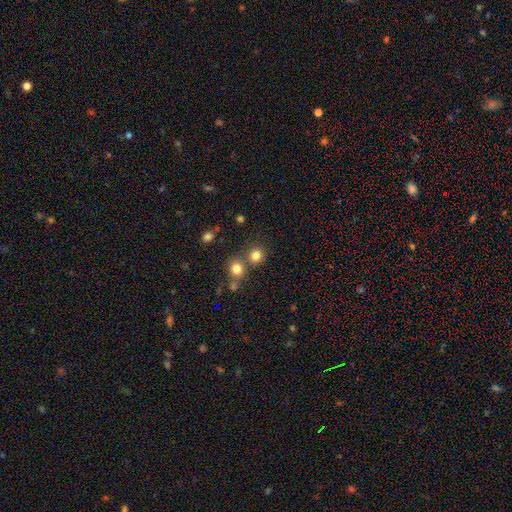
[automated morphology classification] Overall: smooth (80%). How rounded: round (87%). Merging: none (64%; merger 25%).